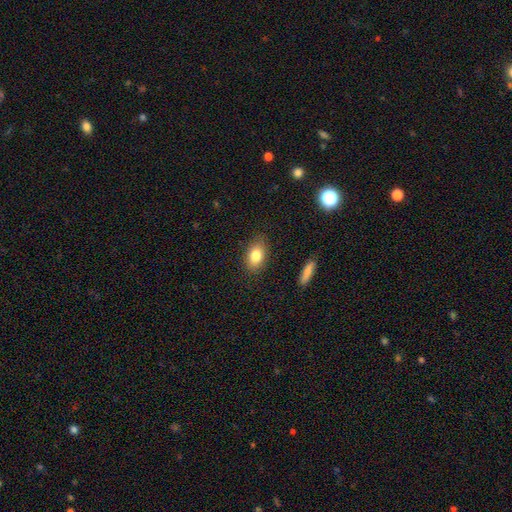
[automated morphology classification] Overall: smooth (81%). How rounded: in between (85%). Merging: none (84%).